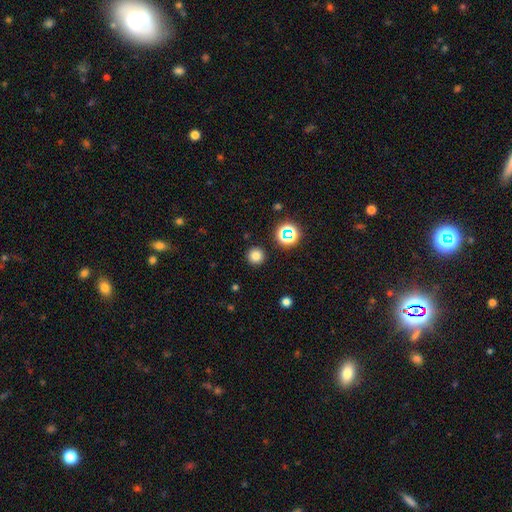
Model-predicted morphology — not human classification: type=smooth (78%); roundness=round (96%); merging=none (92%).